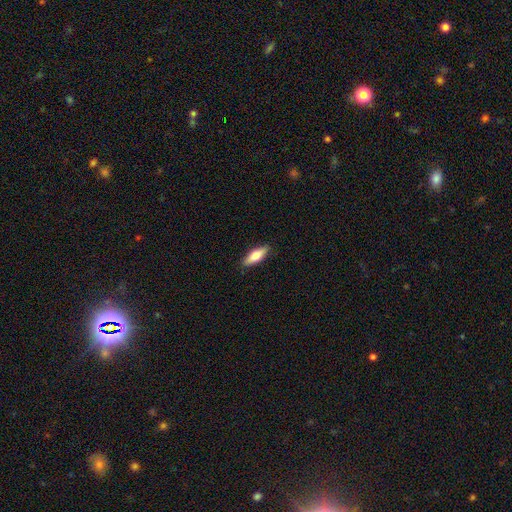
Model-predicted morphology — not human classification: Q: Smooth or featured?
A: smooth (69%); runner-up: featured or disk (25%)
Q: How rounded?
A: in between (60%); runner-up: cigar-shaped (38%)
Q: Merging?
A: none (87%); runner-up: minor disturbance (10%)